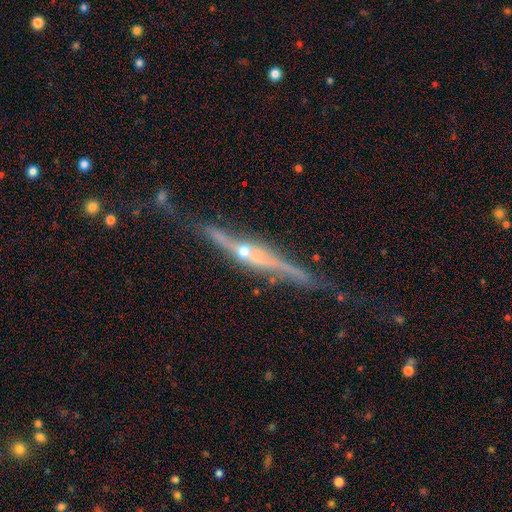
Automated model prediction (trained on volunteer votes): Smooth or featured: featured or disk — 83% (smooth — 10%)
Edge-on disk: yes — 95% (no — 5%)
Edge-on bulge: rounded — 73% (none — 18%)
Merging: none — 65% (minor disturbance — 23%)